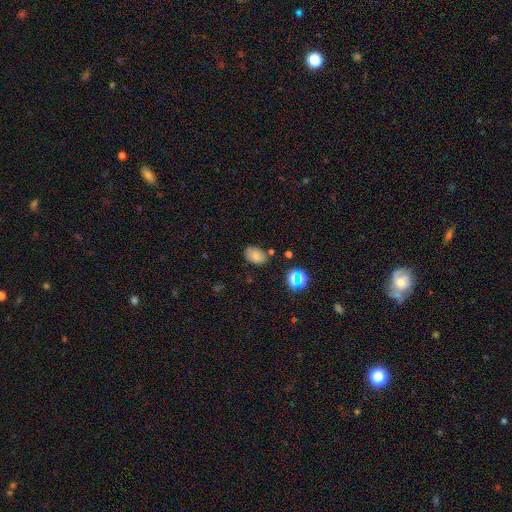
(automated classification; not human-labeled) A smooth galaxy with no disk features (74%) that is in between round and cigar-shaped (86%). Merging: none (74%).